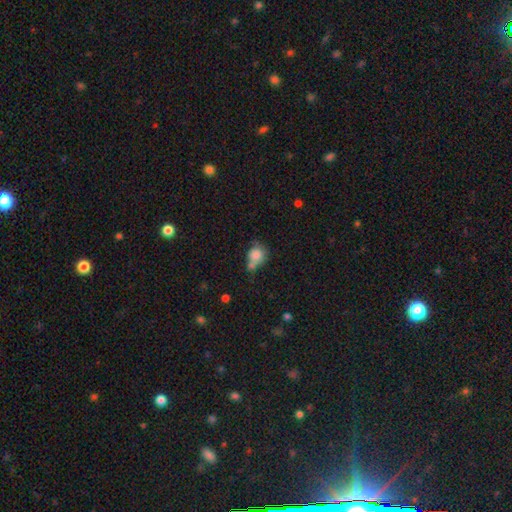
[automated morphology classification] A smooth galaxy with no disk features (81%) that is round (77%). Merging: merger (37%, tied with none).